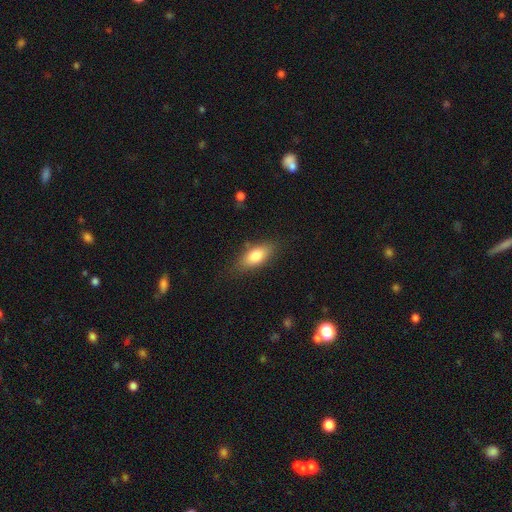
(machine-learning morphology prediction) type=smooth (79%); roundness=in between (81%); merging=none (79%).